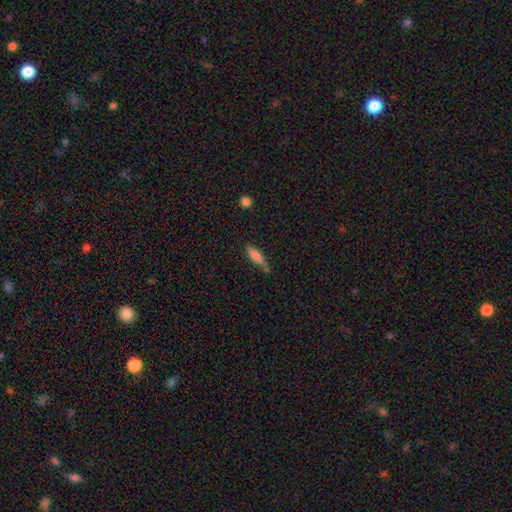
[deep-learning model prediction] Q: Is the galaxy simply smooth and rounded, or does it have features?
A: smooth — 81%.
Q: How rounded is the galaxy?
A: cigar-shaped — 55%.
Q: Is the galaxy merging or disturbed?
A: none — 51%.